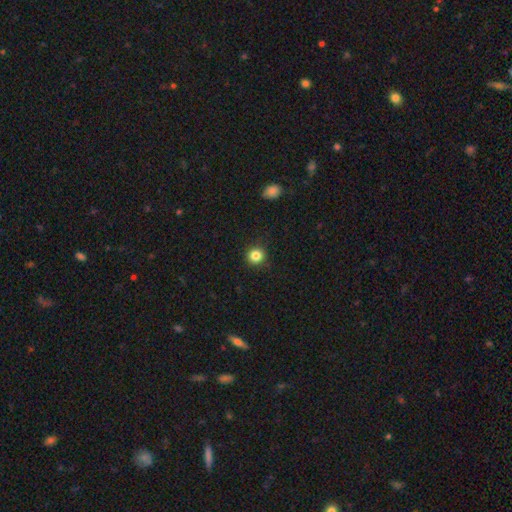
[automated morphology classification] A smooth galaxy with no disk features (84%) that is round (92%).

Vote fractions:
- Smooth or featured? smooth: 84% / star or artifact: 12% / featured or disk: 5%
- How rounded? round: 92% / in between: 7% / cigar-shaped: 1%
- Merging? none: 91% / minor disturbance: 6% / major disturbance: 2% / merger: 1%